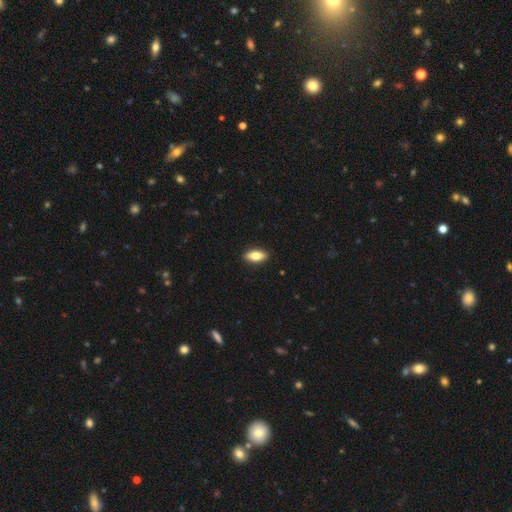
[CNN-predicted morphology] Smooth or featured?
  - smooth: 76% *
  - featured or disk: 17%
  - star or artifact: 7%
How rounded?
  - in between: 85% *
  - cigar-shaped: 12%
  - round: 4%
Merging?
  - none: 90% *
  - minor disturbance: 7%
  - major disturbance: 2%
  - merger: 1%